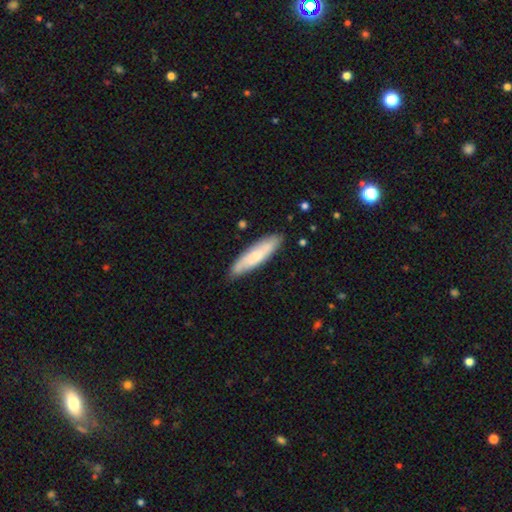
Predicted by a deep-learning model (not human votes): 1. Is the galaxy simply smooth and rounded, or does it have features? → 66% smooth, 28% featured or disk, 6% star or artifact.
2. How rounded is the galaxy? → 73% cigar-shaped, 26% in between, 1% round.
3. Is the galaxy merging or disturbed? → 82% none, 14% minor disturbance, 2% major disturbance, 1% merger.